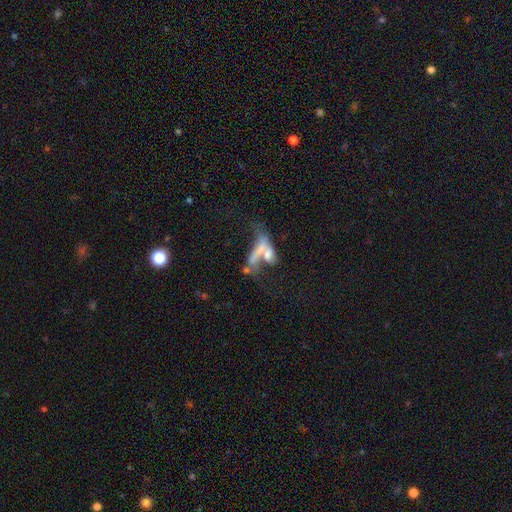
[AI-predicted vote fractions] smooth_or_featured: featured or disk (p=0.44) [alt: smooth p=0.42]
merging: merger (p=0.54) [alt: major disturbance p=0.21]